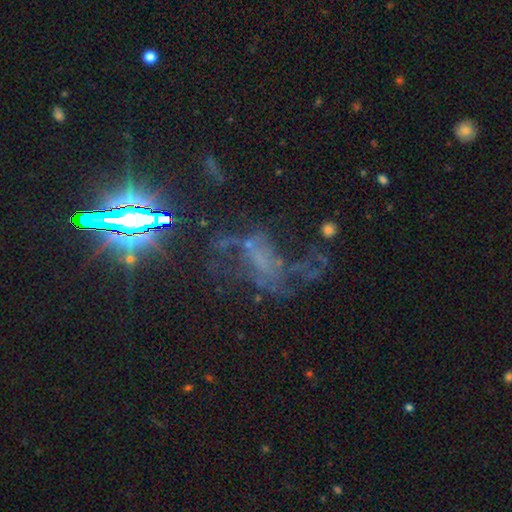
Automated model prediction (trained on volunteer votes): A star or artifact, not a galaxy (49%).

Vote fractions:
- Smooth or featured? star or artifact: 49% / featured or disk: 38% / smooth: 13%